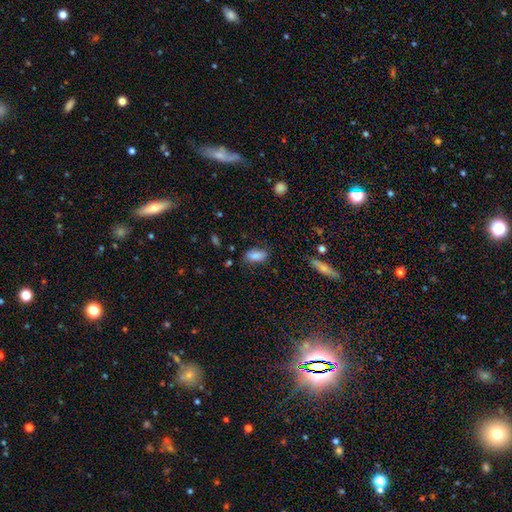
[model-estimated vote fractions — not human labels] A smooth galaxy with no disk features (85%) that is in between round and cigar-shaped (89%). Merging: none (73%).